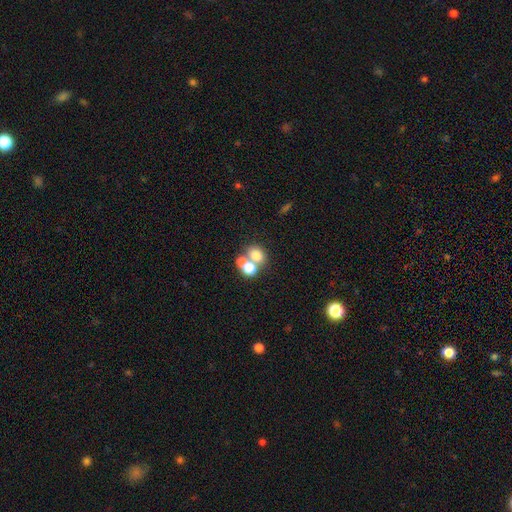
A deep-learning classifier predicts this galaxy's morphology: The model was most divided on "how rounded": round: 54%, in between: 45%, cigar-shaped: 1%. More confident: smooth or featured — smooth (69%); merging — merger (59%).